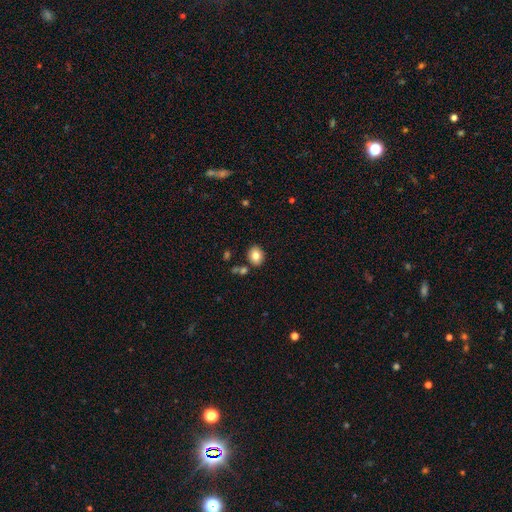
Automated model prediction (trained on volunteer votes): smooth 81%, featured or disk 10%, star or artifact 9%. Down the decision tree: how rounded — round (52%); merging — none (83%).